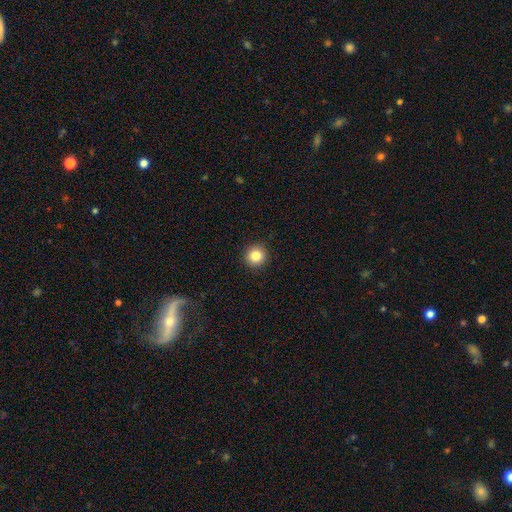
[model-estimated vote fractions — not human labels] A smooth galaxy with no disk features (84%) that is round (94%).

Vote fractions:
- Smooth or featured? smooth: 84% / star or artifact: 11% / featured or disk: 5%
- How rounded? round: 94% / in between: 5% / cigar-shaped: 1%
- Merging? none: 92% / minor disturbance: 5% / major disturbance: 2% / merger: 1%